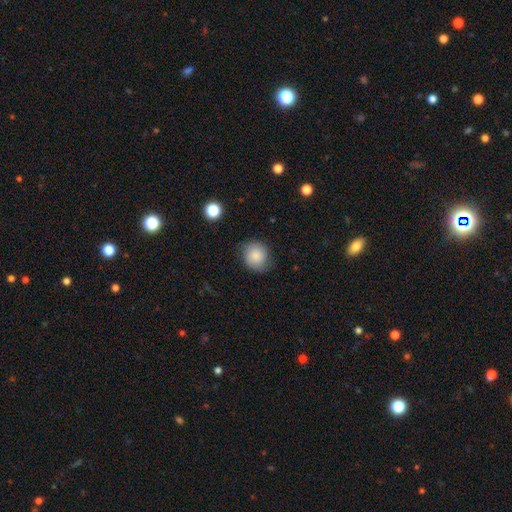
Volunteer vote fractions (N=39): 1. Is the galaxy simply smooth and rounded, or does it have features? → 90% smooth, 10% star or artifact, 0% featured or disk.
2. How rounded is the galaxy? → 86% round, 14% in between, 0% cigar-shaped.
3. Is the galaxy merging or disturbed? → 69% none, 26% minor disturbance, 6% major disturbance, 0% merger.